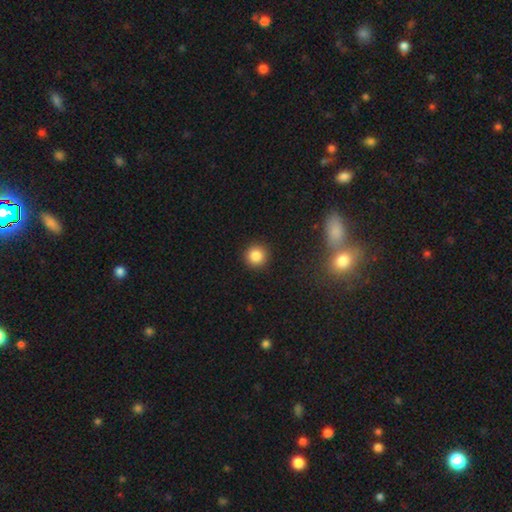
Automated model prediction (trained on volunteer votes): A smooth galaxy with no disk features (85%) that is round (95%). Merging: none (92%).